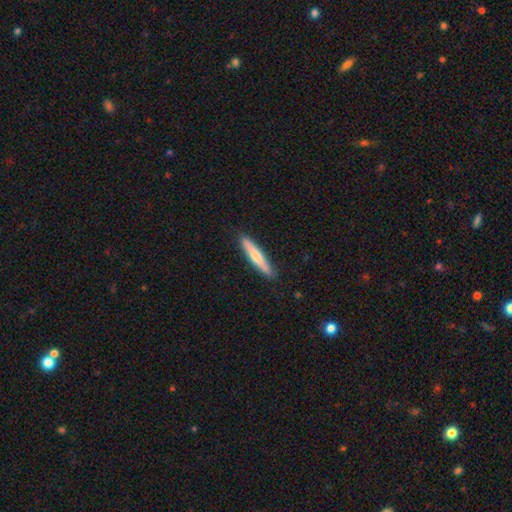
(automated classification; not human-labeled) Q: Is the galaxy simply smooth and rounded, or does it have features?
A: smooth — 55%.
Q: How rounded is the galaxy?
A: cigar-shaped — 92%.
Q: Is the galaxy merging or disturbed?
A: none — 89%.